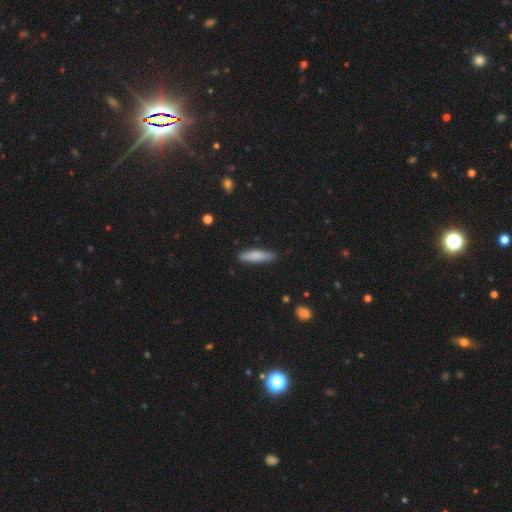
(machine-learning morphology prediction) smooth_or_featured: smooth (p=0.81) [alt: featured or disk p=0.13]
how_rounded: cigar-shaped (p=0.76) [alt: in between p=0.23]
merging: none (p=0.82) [alt: minor disturbance p=0.15]